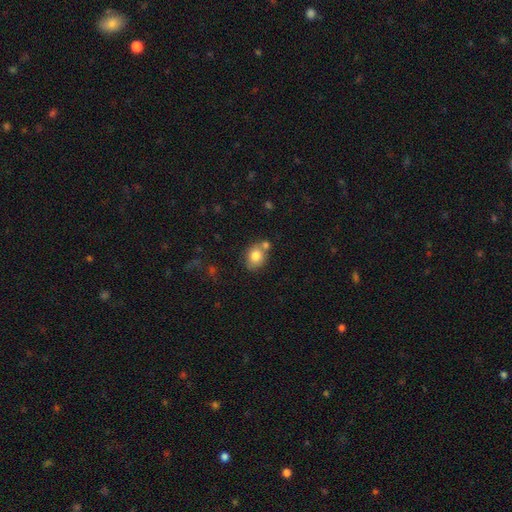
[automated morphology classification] type=smooth (79%); roundness=round (52%); merging=none (57%).